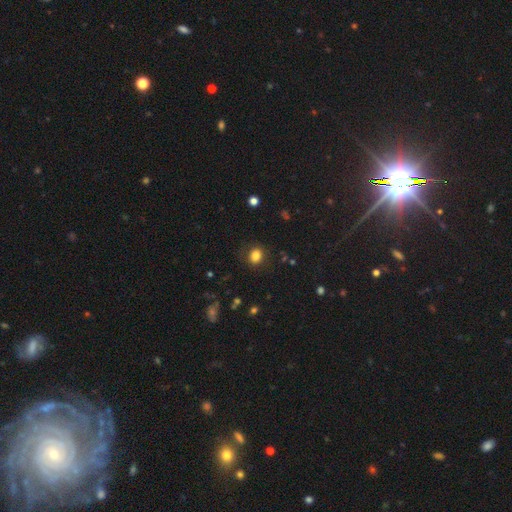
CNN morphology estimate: Smooth or featured? smooth (82%)
How rounded? round (68%)
Merging? none (82%)